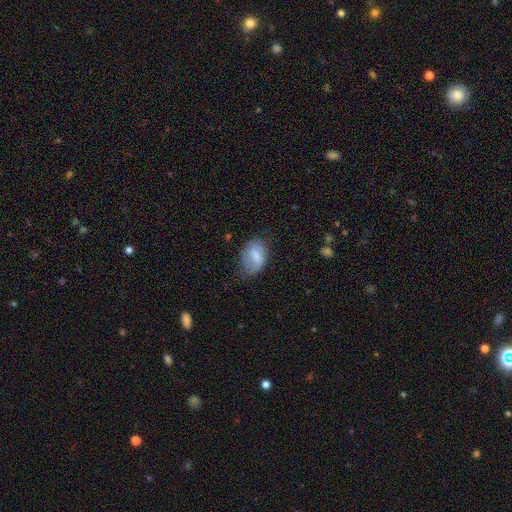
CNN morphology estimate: smooth-or-featured: smooth: 74% | featured or disk: 19% | star or artifact: 8%
  how-rounded: in between: 82% | round: 16% | cigar-shaped: 2%
  merging: none: 47% | minor disturbance: 35% | major disturbance: 16% | merger: 2%